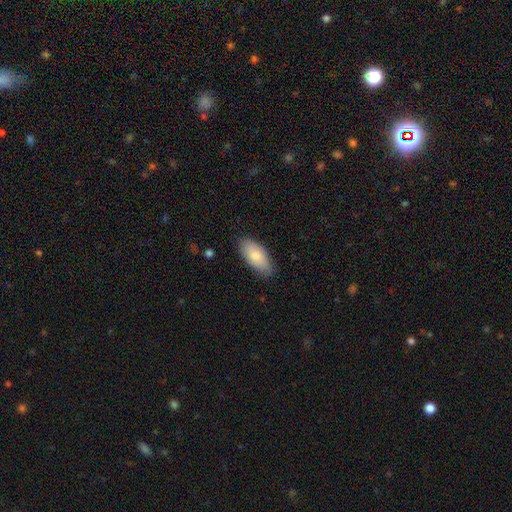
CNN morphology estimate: A smooth galaxy with no disk features (79%) that is in between round and cigar-shaped (91%). Merging: none (82%).